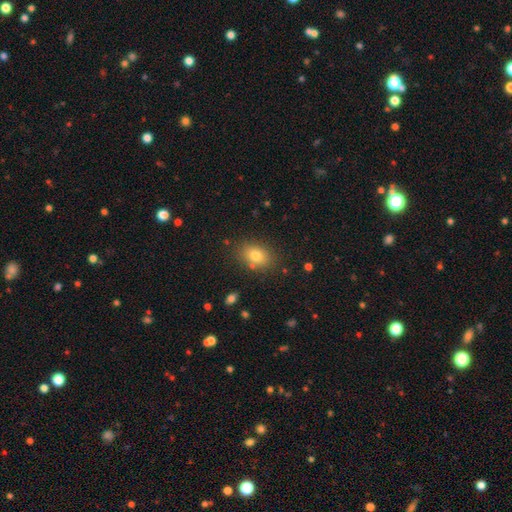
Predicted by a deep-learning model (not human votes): Smooth or featured? Predicted: smooth (p=0.78). How rounded? Predicted: in between (p=0.74). Merging? Predicted: none (p=0.81).